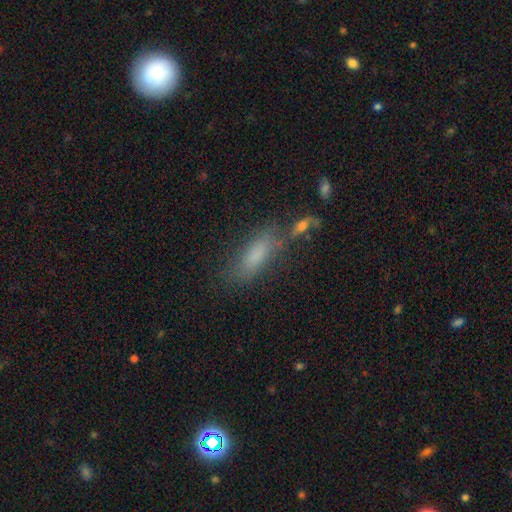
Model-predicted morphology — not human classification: This is likely a smooth galaxy (75%). How rounded: likely in between (62%). Merging: possibly none (59%).